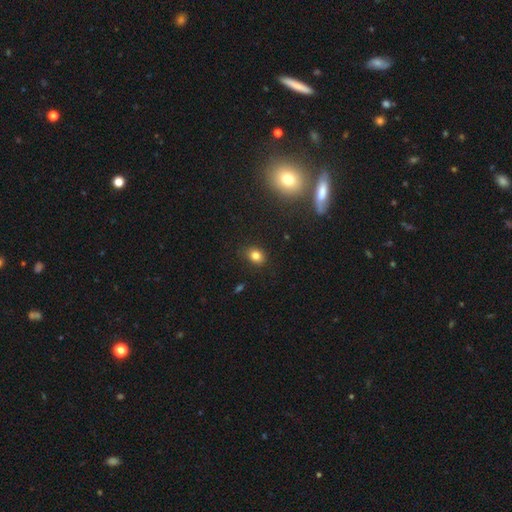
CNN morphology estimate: Overall: smooth (80%). How rounded: in between (51%; round 48%). Merging: none (84%).